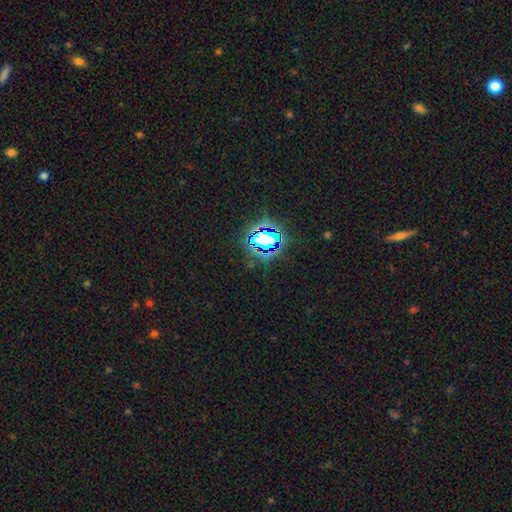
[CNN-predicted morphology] Smooth or featured: star or artifact — 80% (smooth — 13%)